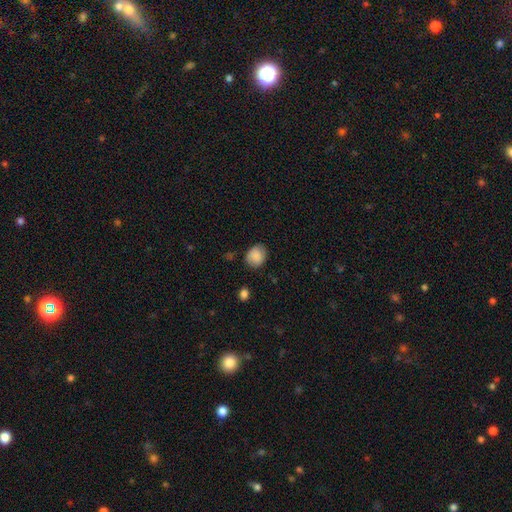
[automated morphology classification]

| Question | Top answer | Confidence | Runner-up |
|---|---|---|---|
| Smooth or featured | smooth | 83% | featured or disk (9%) |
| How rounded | round | 57% | in between (42%) |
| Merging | none | 76% | minor disturbance (18%) |